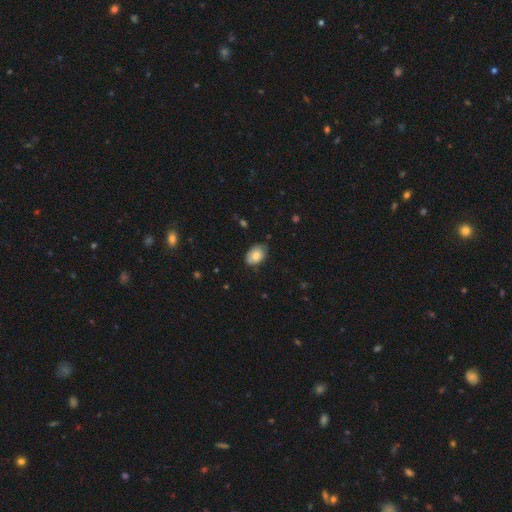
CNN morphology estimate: Q: Smooth or featured?
A: smooth (77%); runner-up: featured or disk (15%)
Q: How rounded?
A: in between (84%); runner-up: round (15%)
Q: Merging?
A: none (71%); runner-up: minor disturbance (24%)